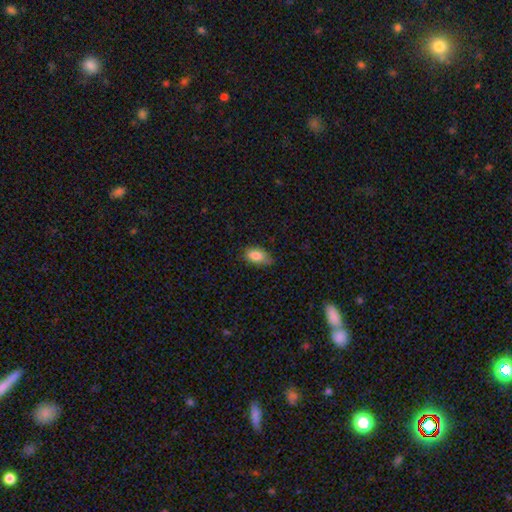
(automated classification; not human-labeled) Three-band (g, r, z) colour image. It shows a smooth galaxy with no disk features (84%) that is in between round and cigar-shaped (91%). Merging: none (69%).